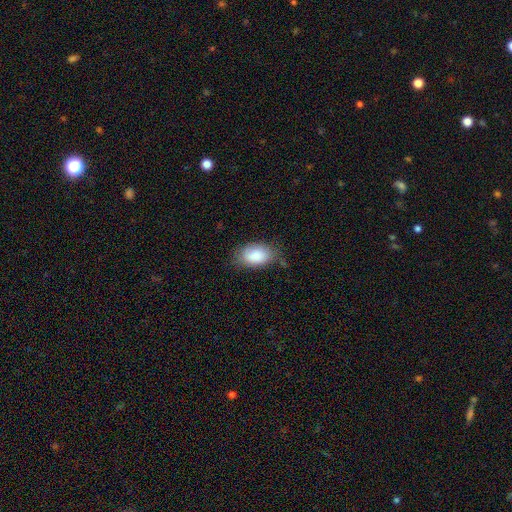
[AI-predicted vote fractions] Q: Smooth or featured?
A: smooth (85%); runner-up: featured or disk (8%)
Q: How rounded?
A: in between (91%); runner-up: round (7%)
Q: Merging?
A: none (69%); runner-up: minor disturbance (24%)